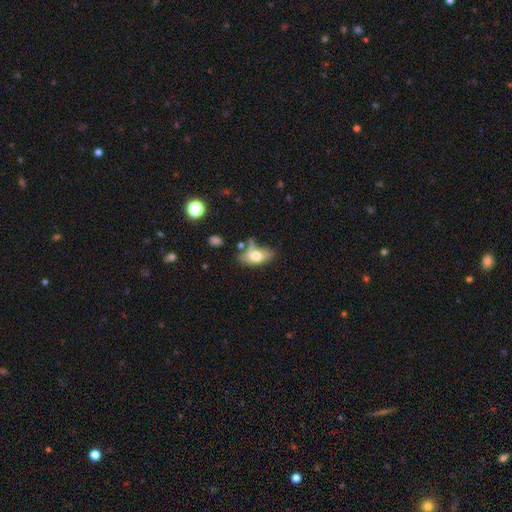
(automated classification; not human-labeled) A smooth galaxy with no disk features (68%) that is in between round and cigar-shaped (84%). Merging: none (45%).